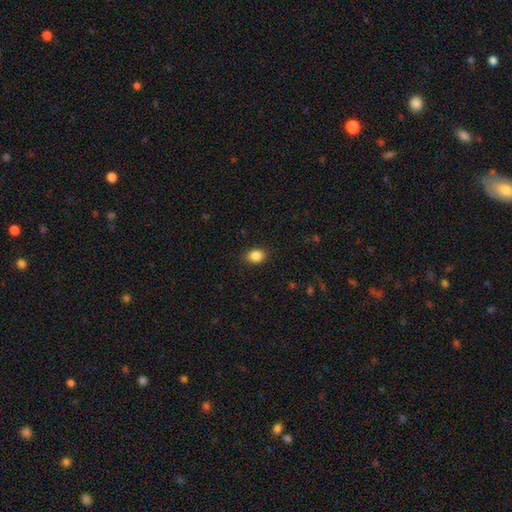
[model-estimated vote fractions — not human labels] This appears to be a smooth galaxy with no disk features (86%) that is in between round and cigar-shaped (61%). Merging: none (87%).